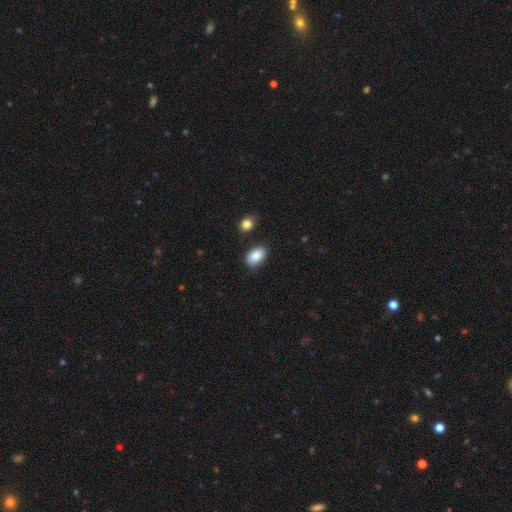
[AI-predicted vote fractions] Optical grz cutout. It shows a smooth galaxy with no disk features (88%) that is in between round and cigar-shaped (89%). Merging: none (79%).